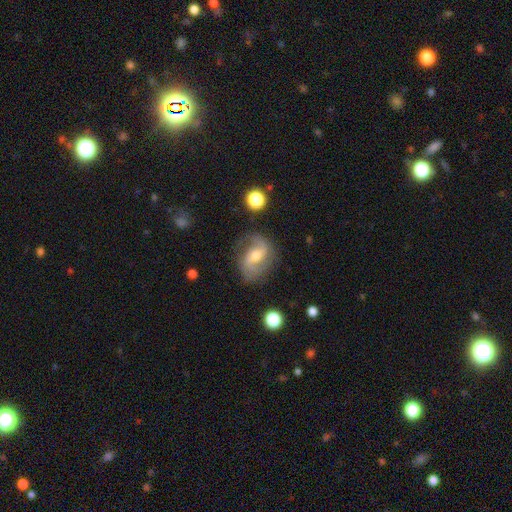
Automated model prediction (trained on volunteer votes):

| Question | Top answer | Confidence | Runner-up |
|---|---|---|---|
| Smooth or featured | featured or disk | 82% | smooth (12%) |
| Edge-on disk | no | 97% | yes (3%) |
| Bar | weak | 47% | no (35%) |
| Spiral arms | yes | 94% | no (6%) |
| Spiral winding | loose | 46% | medium (41%) |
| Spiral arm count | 2 | 89% | can't tell (4%) |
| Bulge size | moderate | 62% | small (32%) |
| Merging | none | 75% | minor disturbance (16%) |